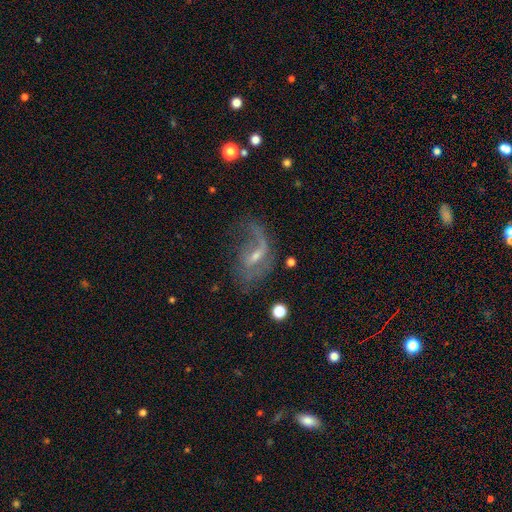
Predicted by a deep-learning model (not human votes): A featured or disk galaxy (76%) with a weak bar (48%), 1 (47%) loose (72%) spiral arms (84%) and a small central bulge (62%).

Vote fractions:
- Smooth or featured? featured or disk: 76% / smooth: 14% / star or artifact: 11%
- Edge-on disk? no: 95% / yes: 5%
- Bar? weak: 48% / no: 36% / strong: 16%
- Spiral arms? yes: 84% / no: 16%
- Spiral winding? loose: 72% / medium: 22% / tight: 7%
- Spiral arm count? 1: 47% / 2: 40% / can't tell: 8% / 3: 2% / 4: 1% / more than 4: 1%
- Bulge size? small: 62% / moderate: 28% / none: 7% / large: 2% / dominant: 1%
- Merging? none: 42% / major disturbance: 33% / minor disturbance: 21% / merger: 4%